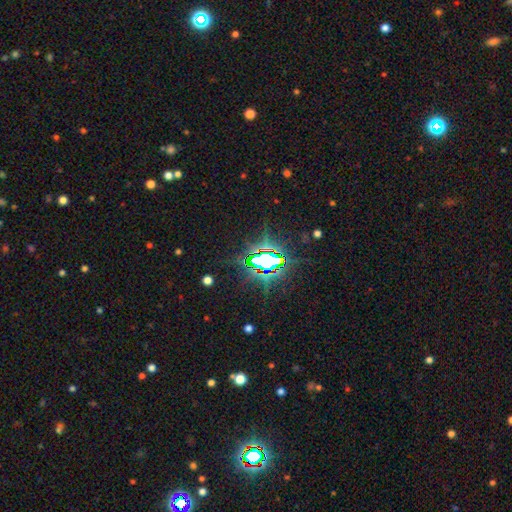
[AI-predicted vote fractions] Smooth or featured?
  - star or artifact: 85% *
  - smooth: 8%
  - featured or disk: 7%